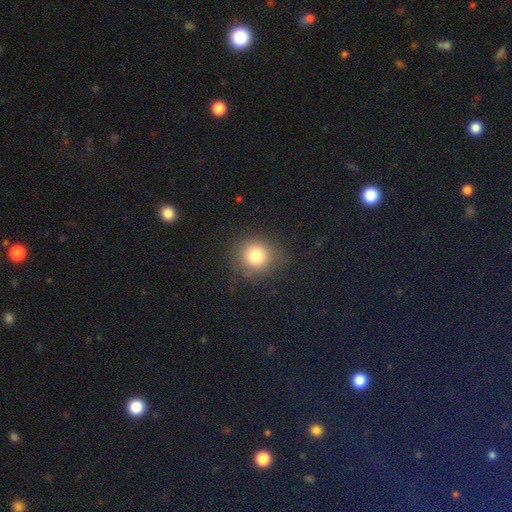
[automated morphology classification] Overall: smooth (79%). How rounded: round (88%). Merging: none (81%).